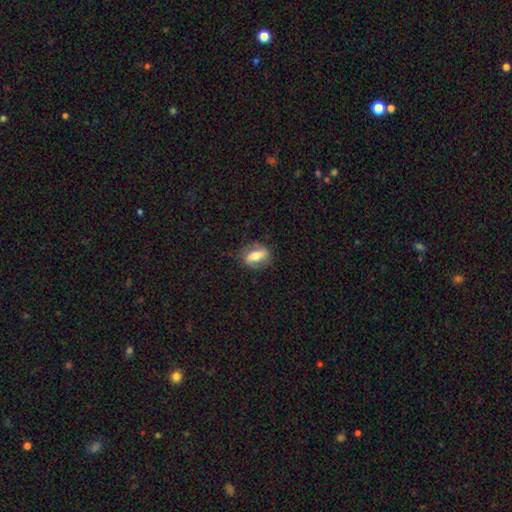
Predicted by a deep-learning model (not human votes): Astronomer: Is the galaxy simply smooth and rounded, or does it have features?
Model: featured or disk — 49% (runner-up: smooth, 44%).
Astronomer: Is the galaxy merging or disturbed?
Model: none — 74%.